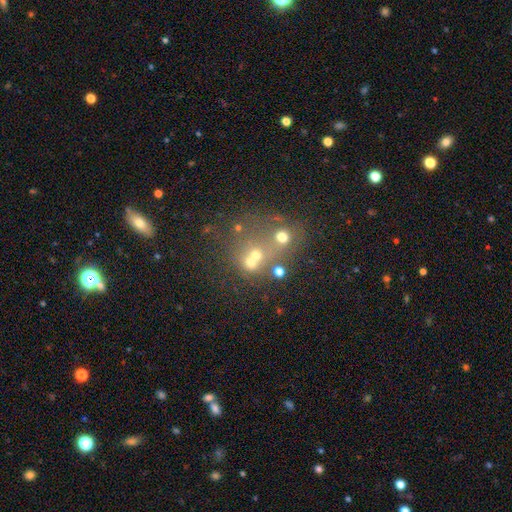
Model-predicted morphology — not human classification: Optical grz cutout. It shows a smooth galaxy with no disk features (44%). Merging: merger (48%).